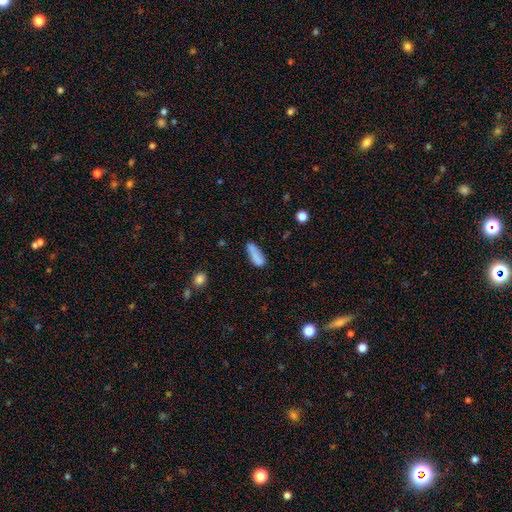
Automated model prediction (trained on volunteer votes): smooth_or_featured: smooth (p=0.80) [alt: featured or disk p=0.11]
how_rounded: in between (p=0.55) [alt: cigar-shaped p=0.43]
merging: none (p=0.57) [alt: minor disturbance p=0.25]